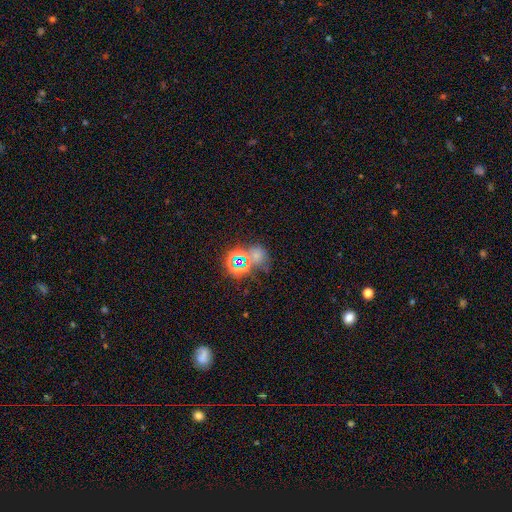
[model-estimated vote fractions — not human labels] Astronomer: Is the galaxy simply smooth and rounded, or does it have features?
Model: star or artifact — 47% (runner-up: smooth, 43%).